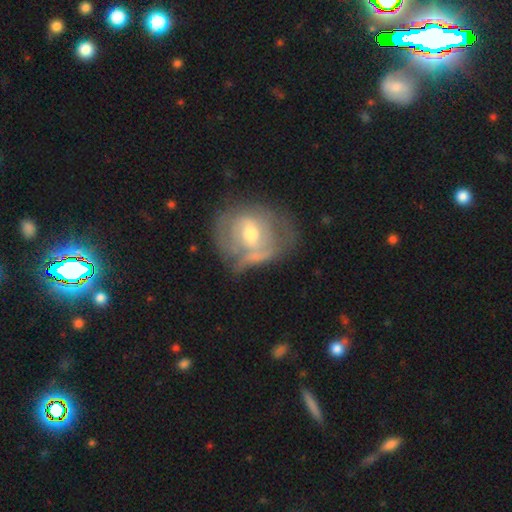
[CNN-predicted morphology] Smooth or featured: featured or disk — 62% (smooth — 31%)
Edge-on disk: no — 95% (yes — 5%)
Bar: no — 51% (weak — 38%)
Spiral arms: yes — 53% (no — 47%)
Bulge size: moderate — 71% (small — 18%)
Merging: none — 42% (minor disturbance — 26%)